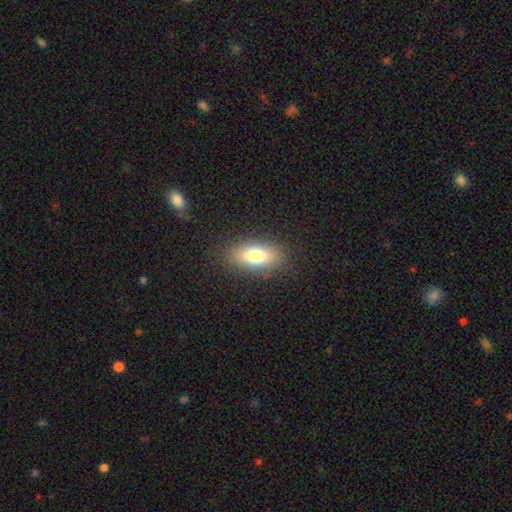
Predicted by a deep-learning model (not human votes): Smooth or featured? smooth (76%)
How rounded? in between (83%)
Merging? none (86%)